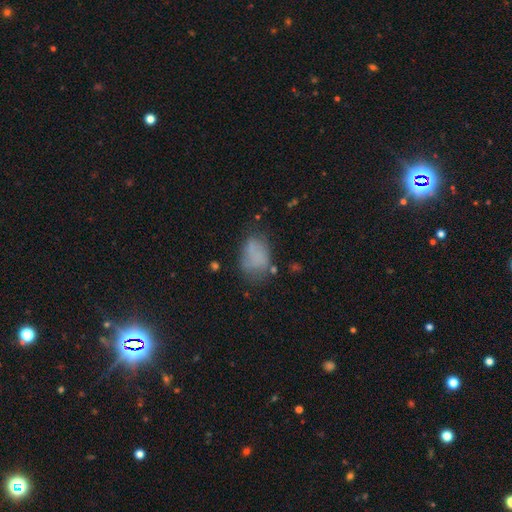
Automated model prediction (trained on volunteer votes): This is likely a smooth galaxy (65%). How rounded: clearly in between (82%). Merging: possibly none (47%).